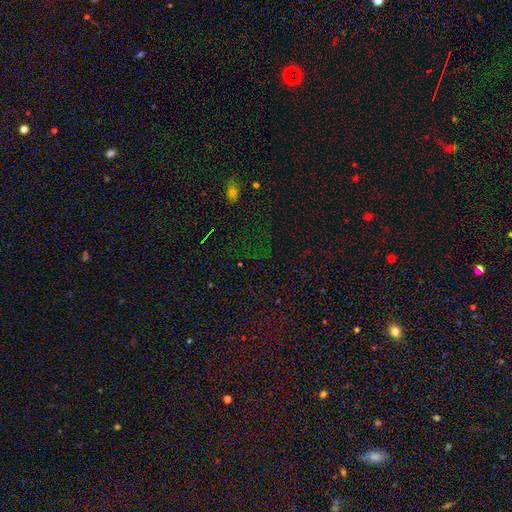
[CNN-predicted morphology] This is likely a star or artifact rather than a galaxy (74%).